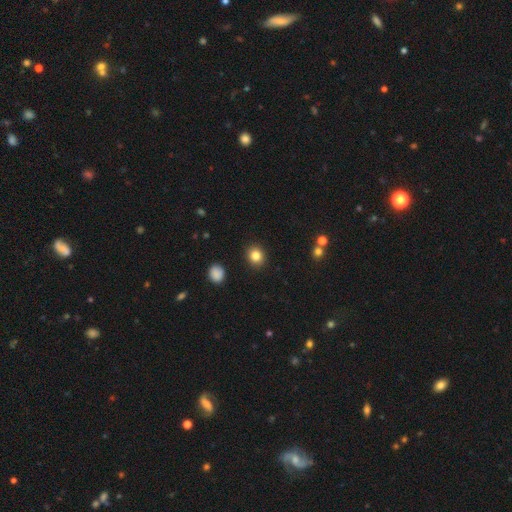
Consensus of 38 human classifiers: smooth 89%, star or artifact 8%, featured or disk 3%. Down the decision tree: how rounded — round (76%); merging — none (91%).